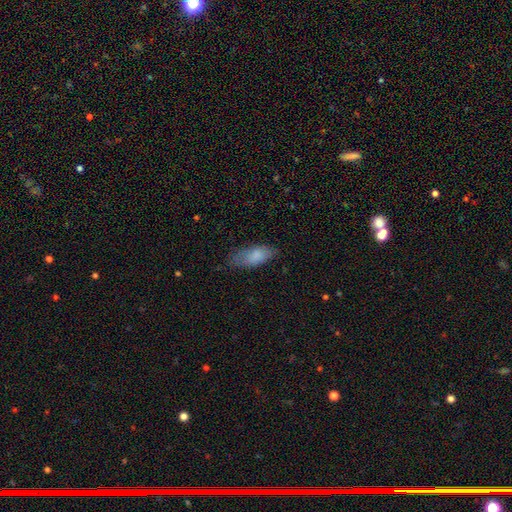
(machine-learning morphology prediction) smooth 82%, featured or disk 11%, star or artifact 7%. Down the decision tree: how rounded — in between (84%); merging — none (60%).